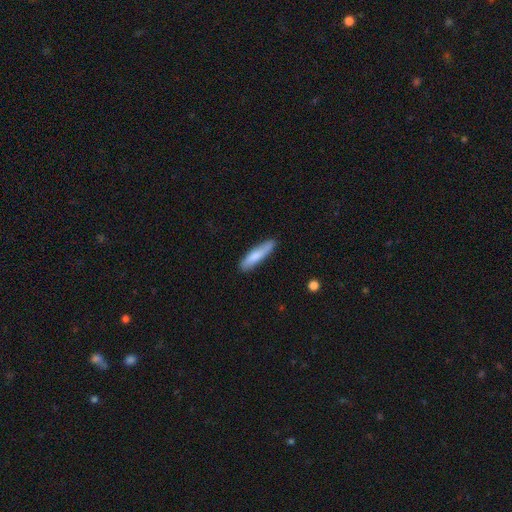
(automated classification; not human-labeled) The model was most divided on "smooth or featured": smooth: 76%, featured or disk: 19%, star or artifact: 5%. More confident: merging — none (81%); how rounded — cigar-shaped (81%).